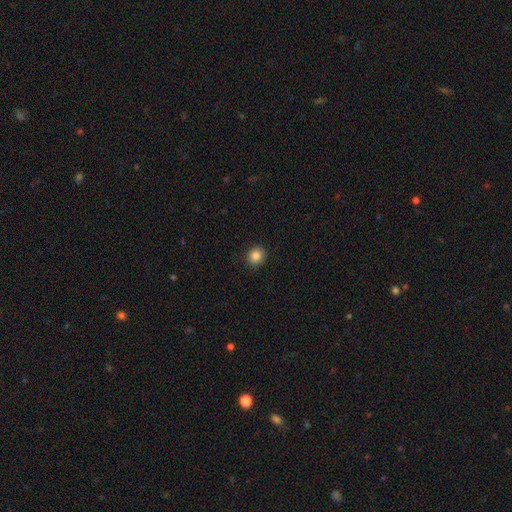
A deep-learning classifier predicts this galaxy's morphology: Smooth or featured? Predicted: smooth (p=0.86). How rounded? Predicted: round (p=0.79). Merging? Predicted: none (p=0.91).